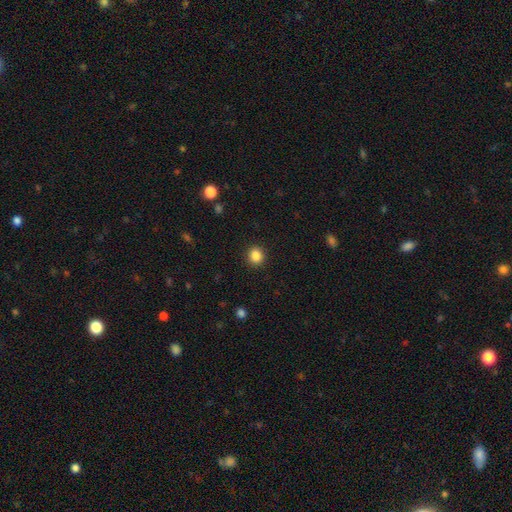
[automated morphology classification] smooth_or_featured: smooth (p=0.86) [alt: star or artifact p=0.10]
how_rounded: round (p=0.87) [alt: in between p=0.12]
merging: none (p=0.92) [alt: minor disturbance p=0.05]